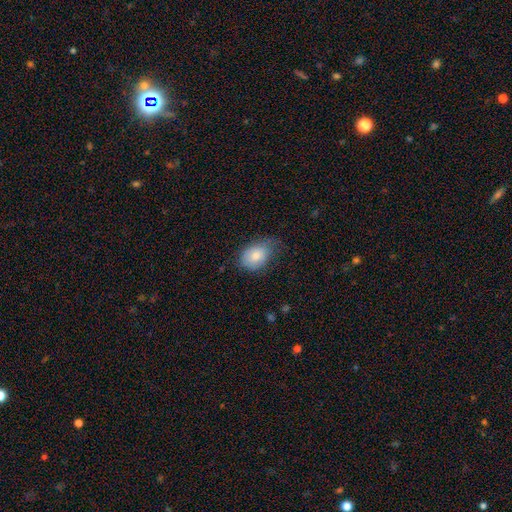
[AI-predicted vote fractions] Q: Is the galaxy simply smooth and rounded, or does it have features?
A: smooth — 80%.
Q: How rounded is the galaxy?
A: in between — 75%.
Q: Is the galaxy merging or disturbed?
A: none — 53%.